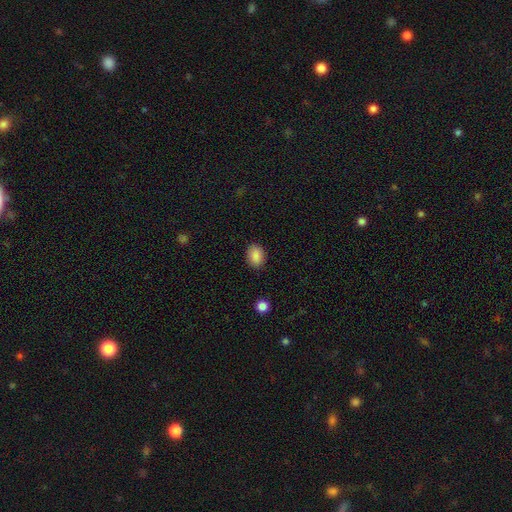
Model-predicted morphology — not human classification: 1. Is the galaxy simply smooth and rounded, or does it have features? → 88% smooth, 8% star or artifact, 4% featured or disk.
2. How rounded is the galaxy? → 71% in between, 28% round, 1% cigar-shaped.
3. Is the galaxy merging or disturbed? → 87% none, 9% minor disturbance, 3% major disturbance, 1% merger.